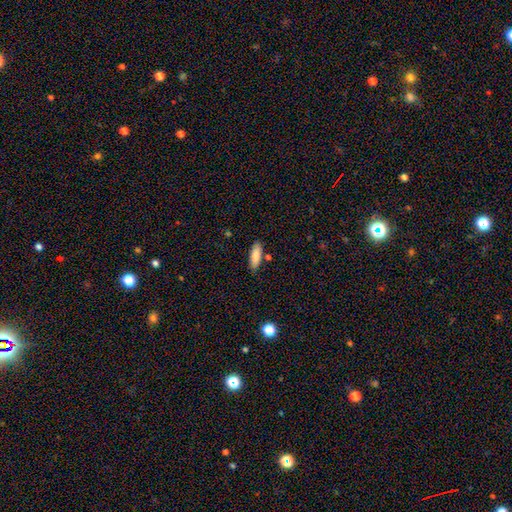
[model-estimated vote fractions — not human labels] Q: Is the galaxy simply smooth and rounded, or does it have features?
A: smooth — 85%.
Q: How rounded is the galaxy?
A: in between — 64%.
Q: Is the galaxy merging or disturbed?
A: none — 82%.